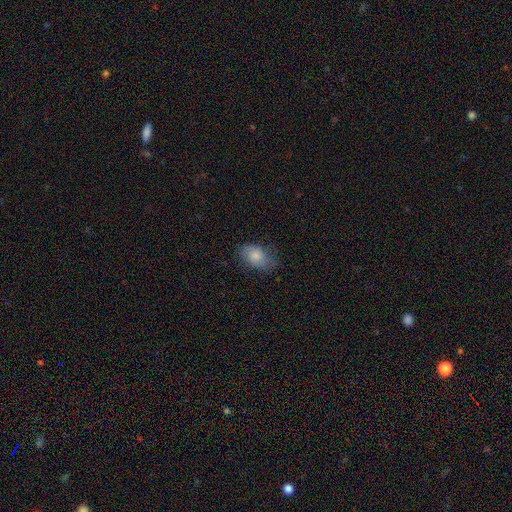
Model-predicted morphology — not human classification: Overall: smooth (74%). How rounded: in between (85%). Merging: none (65%).